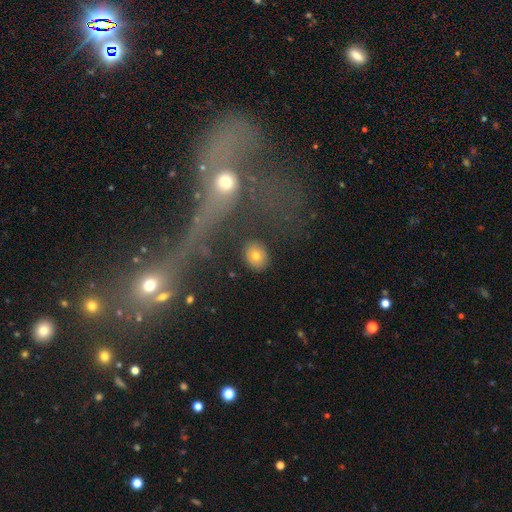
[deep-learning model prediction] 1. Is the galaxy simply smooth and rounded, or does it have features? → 75% smooth, 14% featured or disk, 10% star or artifact.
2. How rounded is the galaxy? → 66% round, 33% in between, 2% cigar-shaped.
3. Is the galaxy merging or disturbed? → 85% none, 8% minor disturbance, 3% major disturbance, 3% merger.